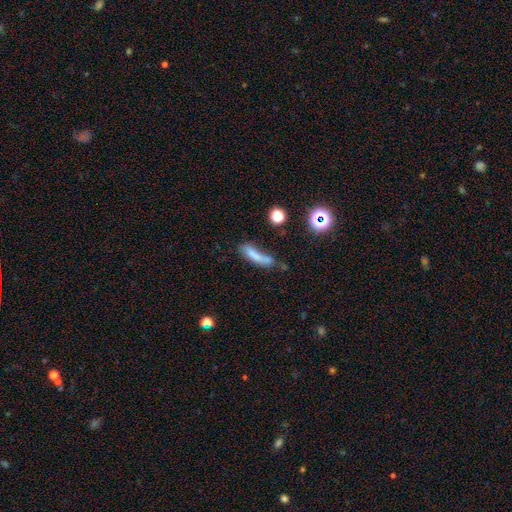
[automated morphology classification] smooth 65%, featured or disk 21%, star or artifact 14%. Down the decision tree: how rounded — cigar-shaped (61%); merging — none (33%).